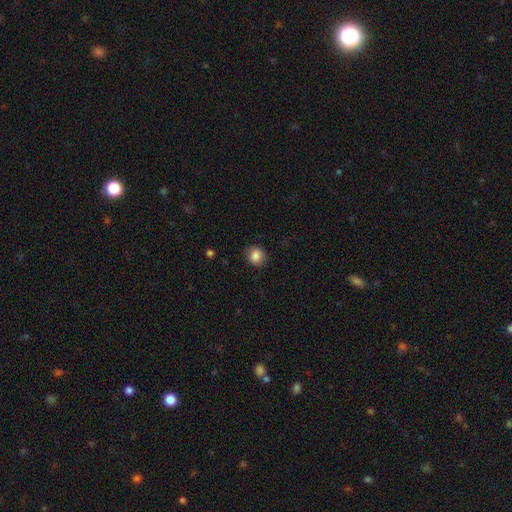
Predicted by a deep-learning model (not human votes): Smooth or featured? Predicted: smooth (p=0.86). How rounded? Predicted: round (p=0.80). Merging? Predicted: none (p=0.86).